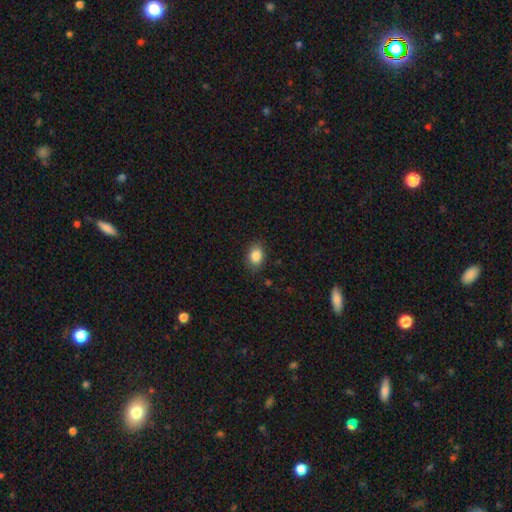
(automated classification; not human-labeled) This appears to be a smooth galaxy with no disk features (87%) that is in between round and cigar-shaped (71%). Merging: none (83%).